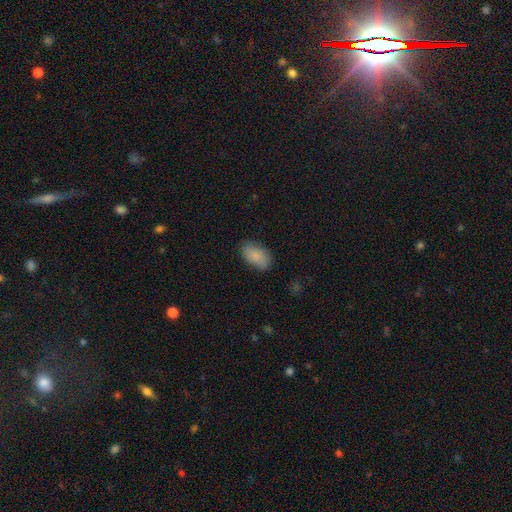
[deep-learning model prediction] This appears to be a smooth galaxy with no disk features (87%) that is in between round and cigar-shaped (93%). Merging: none (78%).